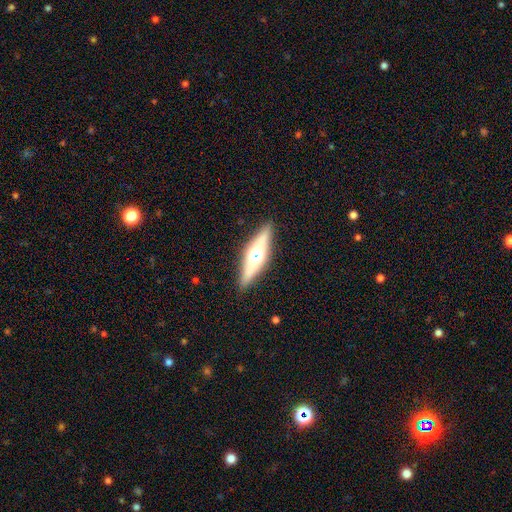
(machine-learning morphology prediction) smooth-or-featured: featured or disk: 61% | smooth: 31% | star or artifact: 8%
  disk-edge-on: yes: 90% | no: 10%
    edge-on-bulge: rounded: 90% | boxy: 7% | none: 3%
  merging: none: 87% | minor disturbance: 9% | major disturbance: 2% | merger: 2%